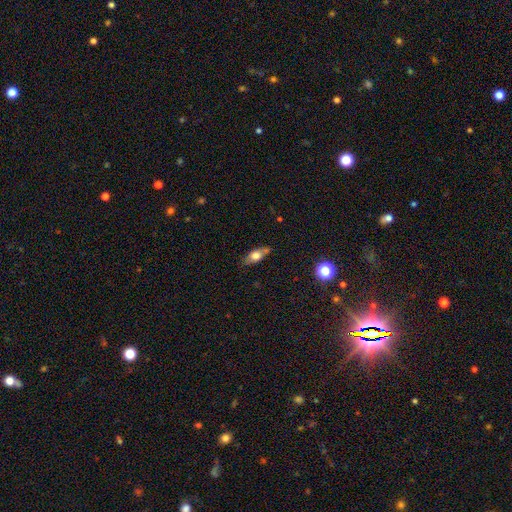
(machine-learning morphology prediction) Smooth or featured?
  - smooth: 64% *
  - featured or disk: 27%
  - star or artifact: 9%
How rounded?
  - in between: 75% *
  - cigar-shaped: 19%
  - round: 7%
Merging?
  - none: 65% *
  - minor disturbance: 22%
  - merger: 8%
  - major disturbance: 5%